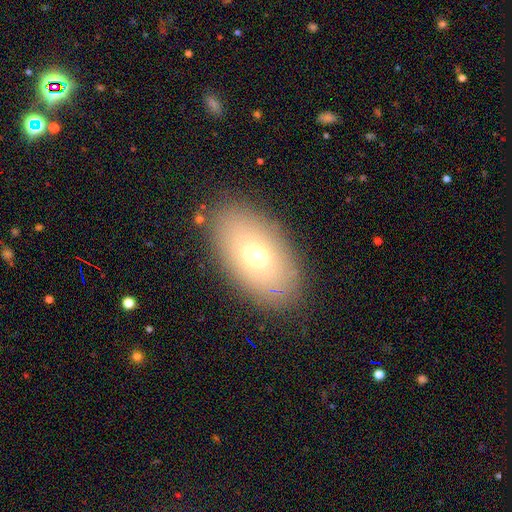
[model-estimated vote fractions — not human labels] Smooth or featured? Predicted: smooth (p=0.67). How rounded? Predicted: in between (p=0.91). Merging? Predicted: none (p=0.85).